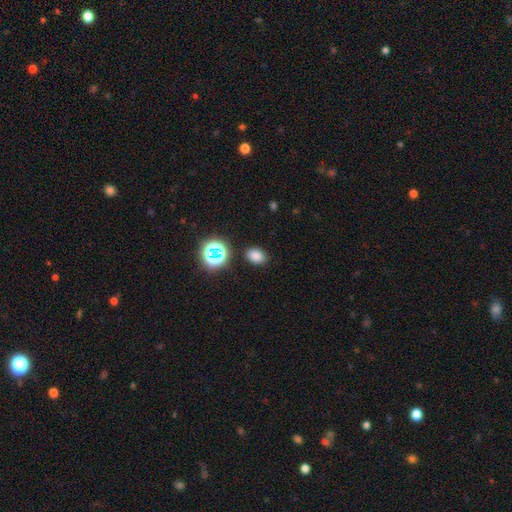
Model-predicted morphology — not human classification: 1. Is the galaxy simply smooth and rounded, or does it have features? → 77% smooth, 18% star or artifact, 5% featured or disk.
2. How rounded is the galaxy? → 69% in between, 30% round, 1% cigar-shaped.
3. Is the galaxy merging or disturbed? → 85% none, 10% minor disturbance, 3% major disturbance, 2% merger.